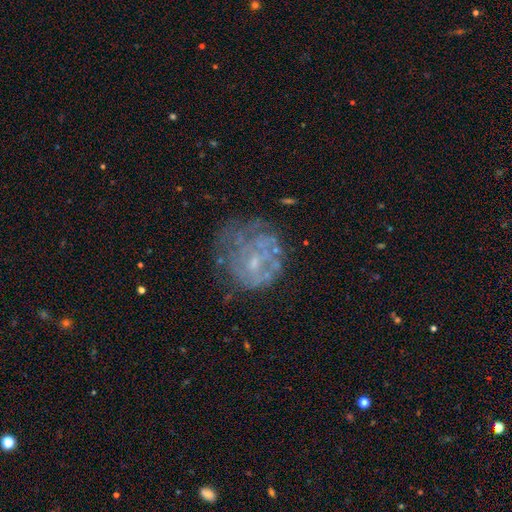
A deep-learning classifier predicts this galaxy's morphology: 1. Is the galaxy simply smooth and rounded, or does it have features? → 55% featured or disk, 24% star or artifact, 21% smooth.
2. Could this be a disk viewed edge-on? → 97% no, 3% yes.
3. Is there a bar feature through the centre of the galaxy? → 76% no, 19% weak, 5% strong.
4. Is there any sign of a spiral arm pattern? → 52% yes, 48% no.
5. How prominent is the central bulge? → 68% small, 16% moderate, 13% none, 2% large, 1% dominant.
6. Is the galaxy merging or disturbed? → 67% none, 17% minor disturbance, 14% major disturbance, 3% merger.